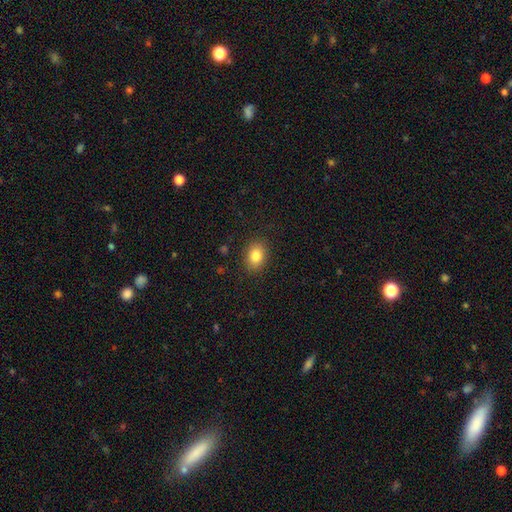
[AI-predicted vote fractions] Smooth or featured? Predicted: smooth (p=0.83). How rounded? Predicted: in between (p=0.65). Merging? Predicted: none (p=0.87).